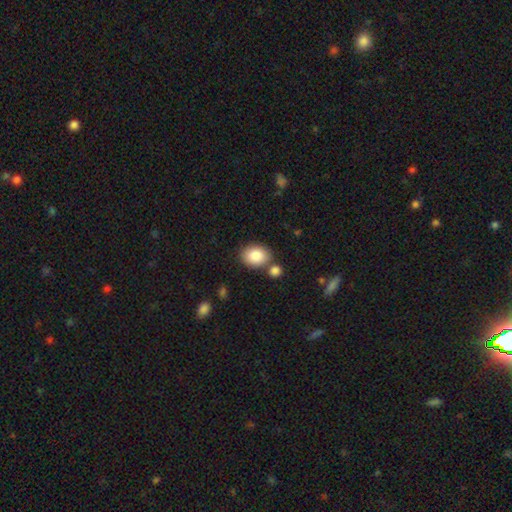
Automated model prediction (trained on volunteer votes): This is clearly a smooth galaxy (86%). How rounded: likely in between (64%). Merging: likely none (68%).